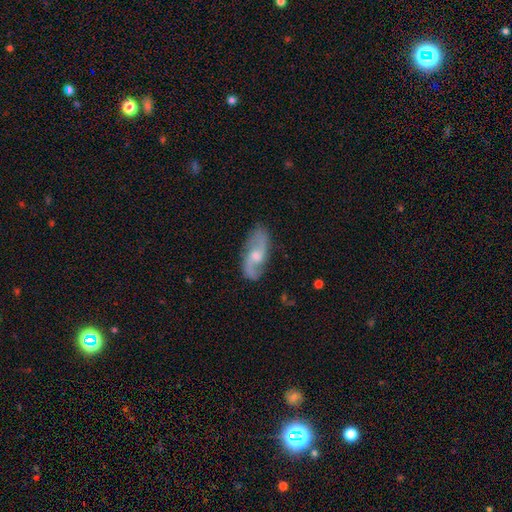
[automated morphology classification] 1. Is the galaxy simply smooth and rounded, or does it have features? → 81% featured or disk, 14% smooth, 5% star or artifact.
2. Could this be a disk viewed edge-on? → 94% no, 6% yes.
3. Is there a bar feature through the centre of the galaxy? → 50% no, 43% weak, 7% strong.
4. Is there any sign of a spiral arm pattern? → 95% yes, 5% no.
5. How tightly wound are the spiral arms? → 52% loose, 38% medium, 10% tight.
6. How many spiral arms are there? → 91% 2, 4% can't tell, 2% 1, 1% 3, 1% 4, 1% more than 4.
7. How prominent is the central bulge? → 58% moderate, 31% small, 6% large, 4% none, 1% dominant.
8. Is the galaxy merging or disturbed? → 81% none, 14% minor disturbance, 4% major disturbance, 1% merger.